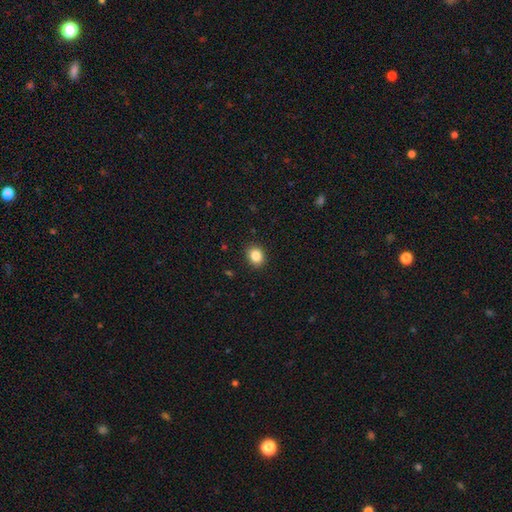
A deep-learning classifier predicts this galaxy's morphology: Smooth or featured: smooth — 85% (star or artifact — 10%)
How rounded: round — 58% (in between — 41%)
Merging: none — 90% (minor disturbance — 7%)